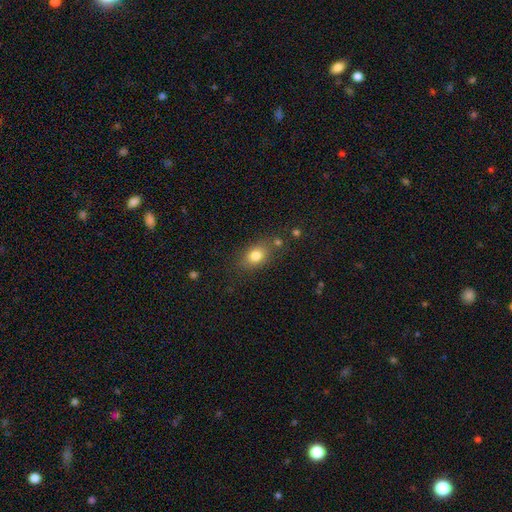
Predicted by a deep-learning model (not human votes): Q: Smooth or featured?
A: smooth (79%); runner-up: star or artifact (11%)
Q: How rounded?
A: in between (68%); runner-up: round (29%)
Q: Merging?
A: none (75%); runner-up: minor disturbance (15%)